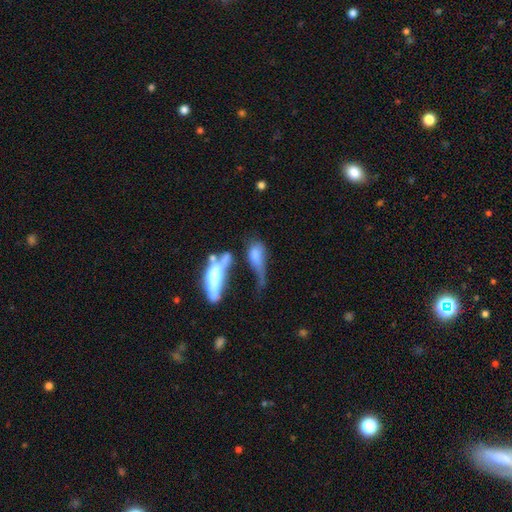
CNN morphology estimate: A smooth galaxy with no disk features (56%) that is in between round and cigar-shaped (67%).

Vote fractions:
- Smooth or featured? smooth: 56% / featured or disk: 34% / star or artifact: 10%
- How rounded? in between: 67% / cigar-shaped: 25% / round: 7%
- Merging? merger: 45% / major disturbance: 31% / minor disturbance: 12% / none: 12%